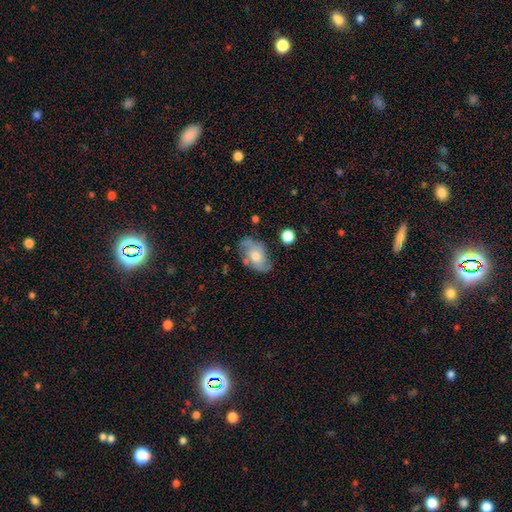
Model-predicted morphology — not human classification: Smooth or featured? featured or disk (66%)
Edge-on disk? no (95%)
Bar? no (75%)
Spiral arms? yes (84%)
Spiral winding? medium (43%)
Spiral arm count? 2 (51%)
Bulge size? moderate (63%)
Merging? none (69%)